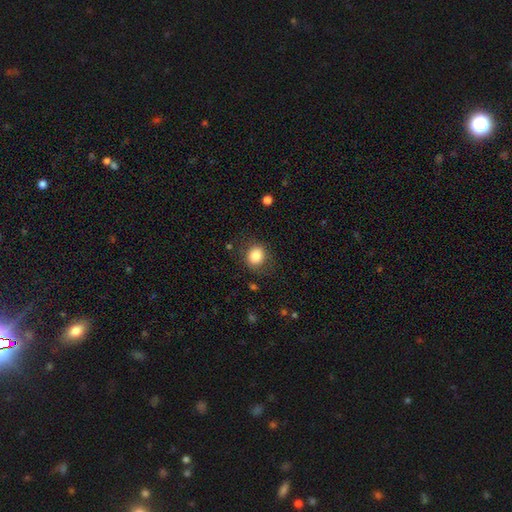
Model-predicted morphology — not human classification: A smooth galaxy with no disk features (84%) that is round (72%).

Vote fractions:
- Smooth or featured? smooth: 84% / star or artifact: 10% / featured or disk: 7%
- How rounded? round: 72% / in between: 27% / cigar-shaped: 1%
- Merging? none: 79% / minor disturbance: 14% / major disturbance: 6% / merger: 2%